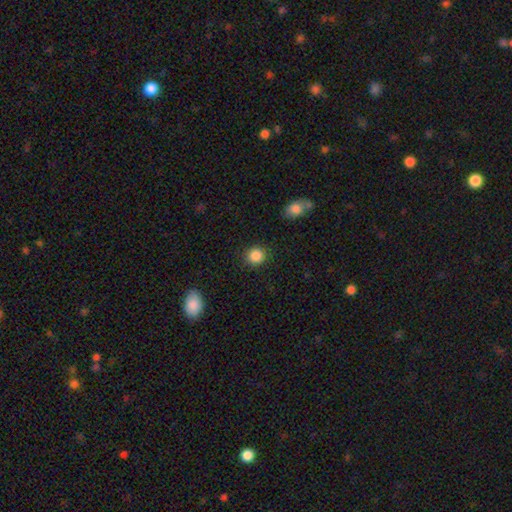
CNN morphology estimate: smooth_or_featured: smooth (p=0.87) [alt: star or artifact p=0.10]
how_rounded: round (p=0.88) [alt: in between p=0.11]
merging: none (p=0.90) [alt: minor disturbance p=0.07]